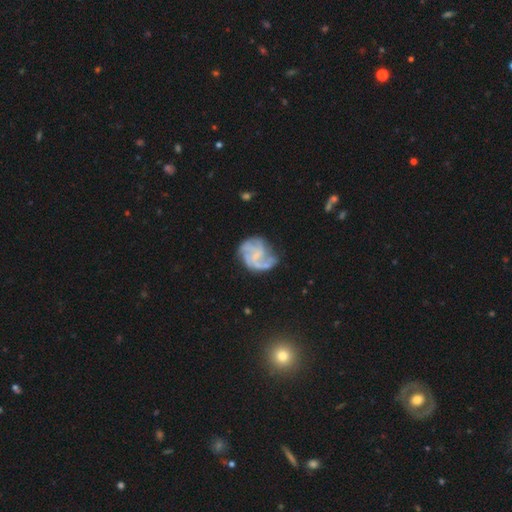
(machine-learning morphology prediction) smooth_or_featured: featured or disk (p=0.82) [alt: smooth p=0.11]
disk_edge_on: no (p=0.98) [alt: yes p=0.02]
bar: no (p=0.56) [alt: weak p=0.36]
has_spiral_arms: yes (p=0.94) [alt: no p=0.06]
spiral_winding: medium (p=0.46) [alt: tight p=0.31]
spiral_arm_count: 3 (p=0.39) [alt: can't tell p=0.18]
bulge_size: small (p=0.52) [alt: none p=0.34]
merging: none (p=0.61) [alt: minor disturbance p=0.22]